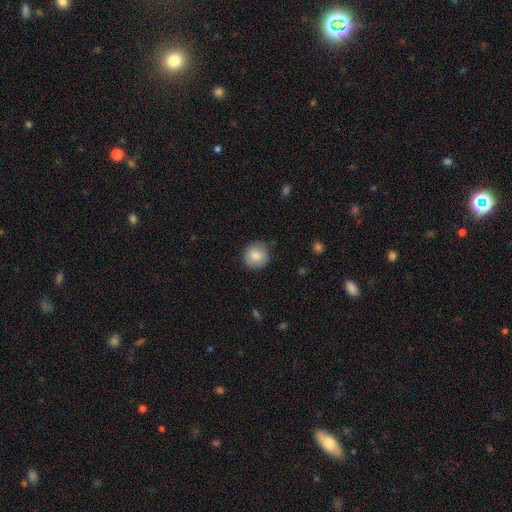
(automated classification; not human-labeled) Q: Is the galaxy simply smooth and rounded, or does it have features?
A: smooth — 85%.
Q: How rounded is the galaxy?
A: round — 92%.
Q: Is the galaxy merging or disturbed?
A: none — 84%.